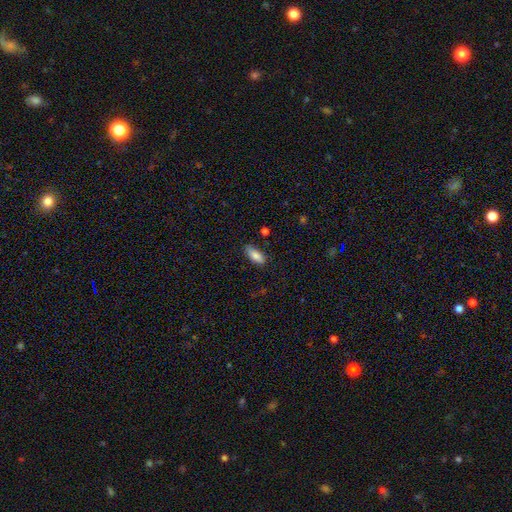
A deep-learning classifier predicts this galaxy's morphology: Q: Smooth or featured?
A: smooth (85%); runner-up: featured or disk (8%)
Q: How rounded?
A: in between (82%); runner-up: cigar-shaped (16%)
Q: Merging?
A: none (80%); runner-up: minor disturbance (15%)